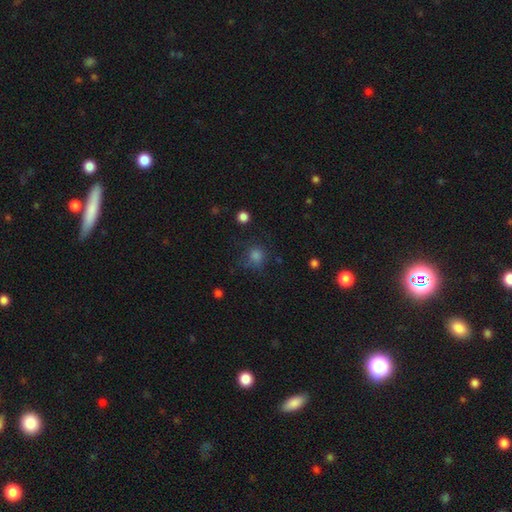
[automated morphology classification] A smooth galaxy with no disk features (72%) that is round (85%).

Vote fractions:
- Smooth or featured? smooth: 72% / star or artifact: 21% / featured or disk: 7%
- How rounded? round: 85% / in between: 14% / cigar-shaped: 1%
- Merging? none: 68% / minor disturbance: 18% / major disturbance: 11% / merger: 3%